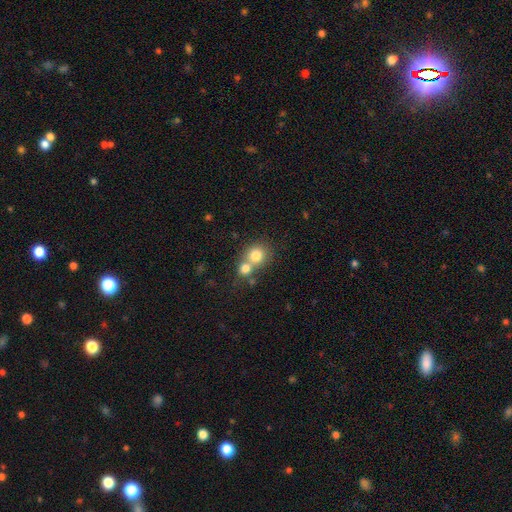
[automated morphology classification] Overall: smooth (78%). How rounded: round (85%). Merging: merger (52%; none 39%).